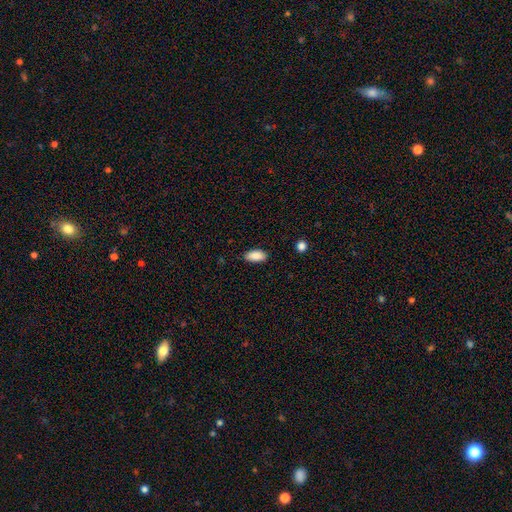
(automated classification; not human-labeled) smooth_or_featured: smooth (p=0.88) [alt: star or artifact p=0.07]
how_rounded: in between (p=0.93) [alt: cigar-shaped p=0.05]
merging: none (p=0.86) [alt: minor disturbance p=0.10]